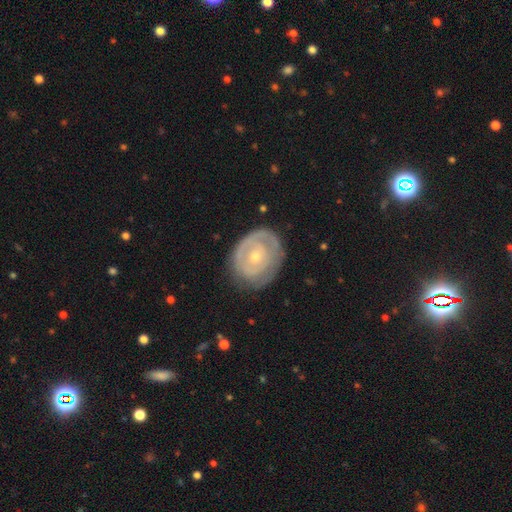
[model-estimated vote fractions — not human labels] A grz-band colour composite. It shows a featured or disk galaxy (67%) with no bar (83%), spiral arms (54%) and a small central bulge (62%). Merging: none (69%).